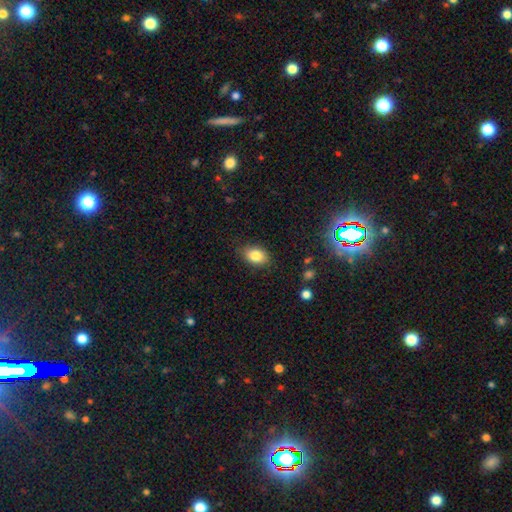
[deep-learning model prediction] This is clearly a smooth galaxy (83%). How rounded: clearly in between (82%). Merging: clearly none (82%).